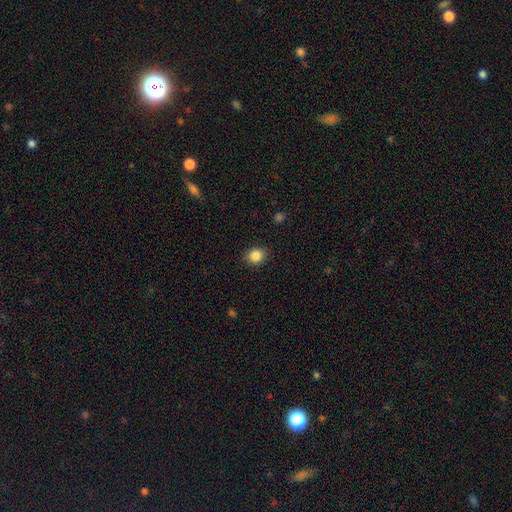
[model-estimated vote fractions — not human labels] smooth 86%, star or artifact 10%, featured or disk 4%. Down the decision tree: how rounded — round (72%); merging — none (89%).